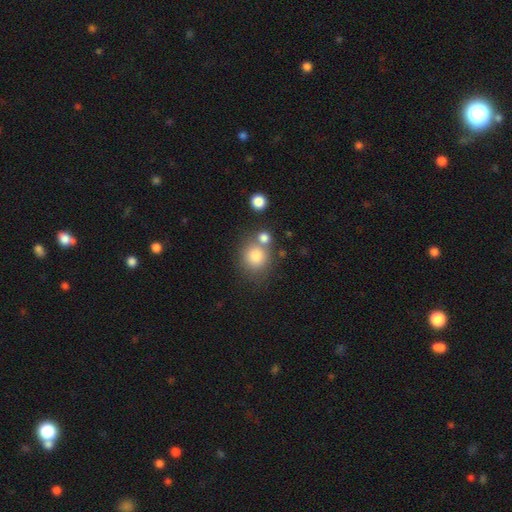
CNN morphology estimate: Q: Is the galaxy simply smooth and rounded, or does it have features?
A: smooth — 80%.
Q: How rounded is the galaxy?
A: round — 83%.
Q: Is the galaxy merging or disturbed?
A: none — 57%.